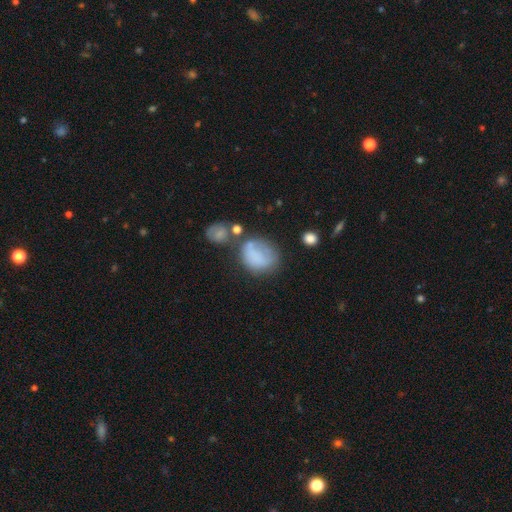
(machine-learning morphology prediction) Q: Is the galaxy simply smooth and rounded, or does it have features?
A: smooth — 70%.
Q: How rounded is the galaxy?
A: in between — 54%.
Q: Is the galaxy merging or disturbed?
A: none — 37%.